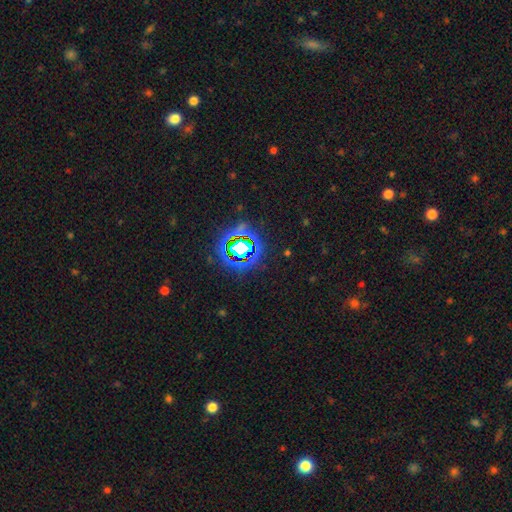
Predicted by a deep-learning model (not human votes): Smooth or featured? Predicted: star or artifact (p=0.79).